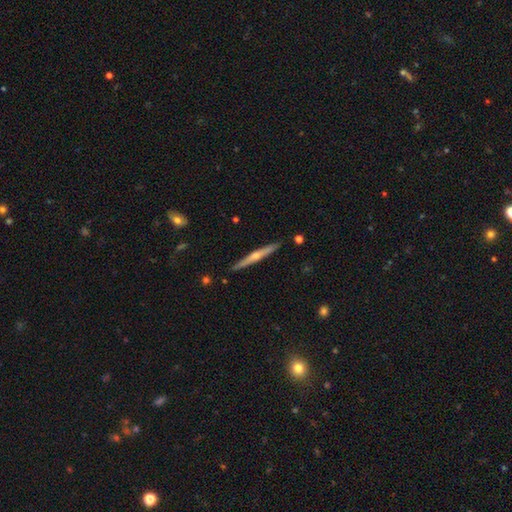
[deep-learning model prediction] Overall: featured or disk (74%). Edge-on disk: yes (98%). Edge-on bulge: rounded (83%). Merging: none (91%).